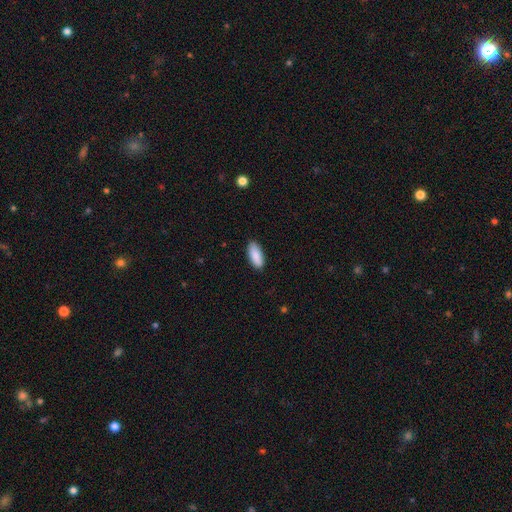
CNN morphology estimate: Smooth or featured: smooth — 90% (star or artifact — 6%)
How rounded: in between — 82% (cigar-shaped — 16%)
Merging: none — 87% (minor disturbance — 10%)